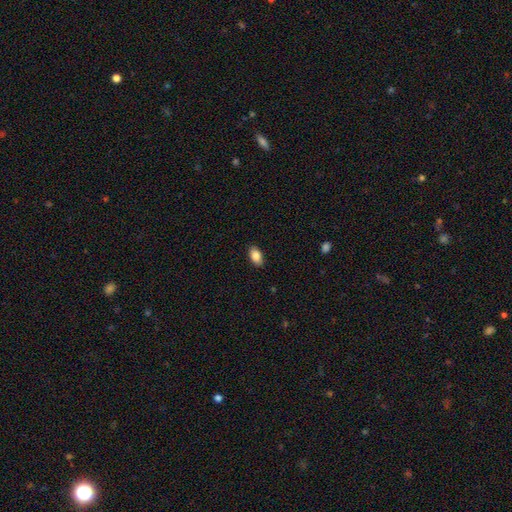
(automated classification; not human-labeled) smooth-or-featured: smooth: 86% | star or artifact: 7% | featured or disk: 7%
  how-rounded: in between: 92% | round: 5% | cigar-shaped: 2%
  merging: none: 89% | minor disturbance: 9% | major disturbance: 2% | merger: 1%